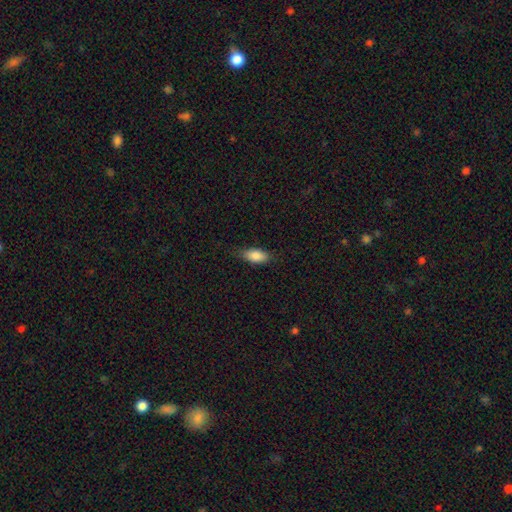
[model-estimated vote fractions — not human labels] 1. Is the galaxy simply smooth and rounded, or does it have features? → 84% smooth, 9% featured or disk, 7% star or artifact.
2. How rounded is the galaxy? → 85% in between, 11% cigar-shaped, 3% round.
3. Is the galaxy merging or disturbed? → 75% none, 20% minor disturbance, 4% major disturbance, 1% merger.